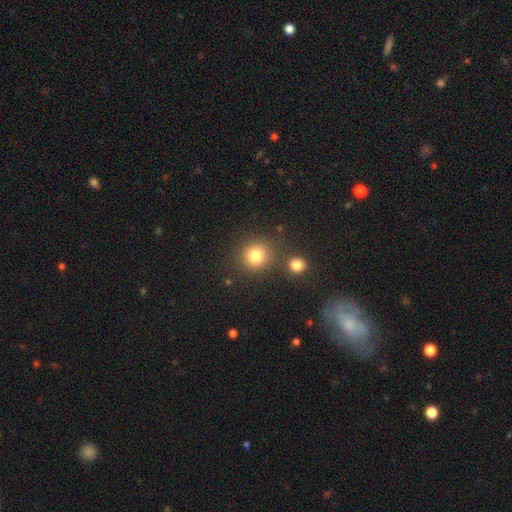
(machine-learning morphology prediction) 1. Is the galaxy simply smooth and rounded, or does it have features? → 81% smooth, 12% star or artifact, 6% featured or disk.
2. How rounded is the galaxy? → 89% round, 10% in between, 1% cigar-shaped.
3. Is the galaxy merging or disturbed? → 78% none, 9% merger, 9% minor disturbance, 4% major disturbance.